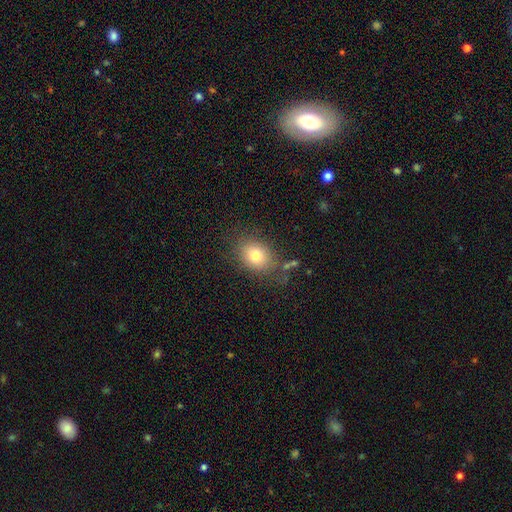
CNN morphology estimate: Overall: smooth (76%). How rounded: in between (59%; round 40%). Merging: none (74%).